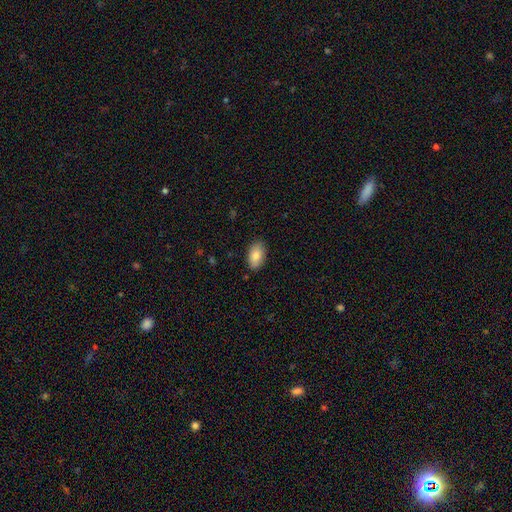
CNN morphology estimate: type=smooth (84%); roundness=in between (94%); merging=none (85%).